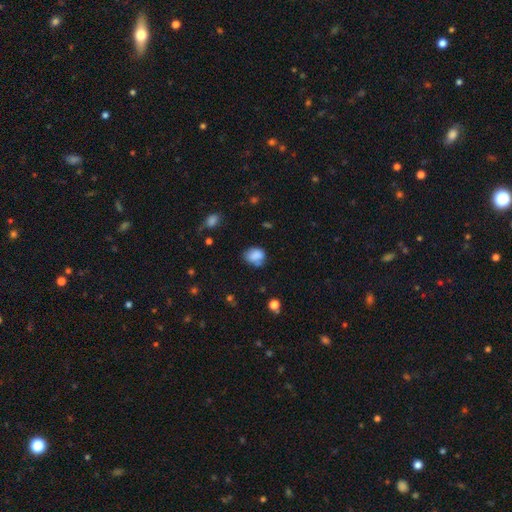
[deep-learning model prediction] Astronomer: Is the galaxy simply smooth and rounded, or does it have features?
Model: smooth — 81%.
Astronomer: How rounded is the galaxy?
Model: in between — 55% (runner-up: round, 44%).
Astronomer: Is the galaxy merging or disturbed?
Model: none — 54%.